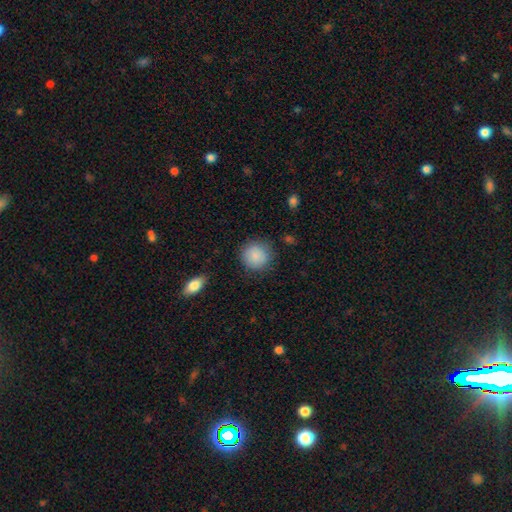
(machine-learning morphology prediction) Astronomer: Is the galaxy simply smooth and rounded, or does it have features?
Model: smooth — 88%.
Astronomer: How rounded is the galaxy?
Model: round — 92%.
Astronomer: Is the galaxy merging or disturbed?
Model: none — 85%.